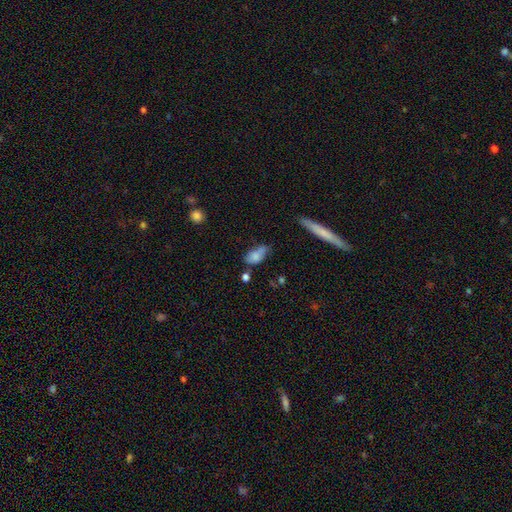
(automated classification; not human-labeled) Smooth or featured? smooth (76%)
How rounded? in between (84%)
Merging? none (44%)